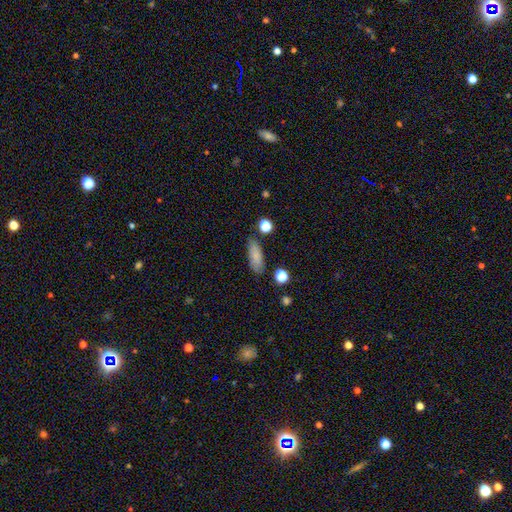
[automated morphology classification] A smooth galaxy with no disk features (81%) that is in between round and cigar-shaped (73%). Merging: none (78%).